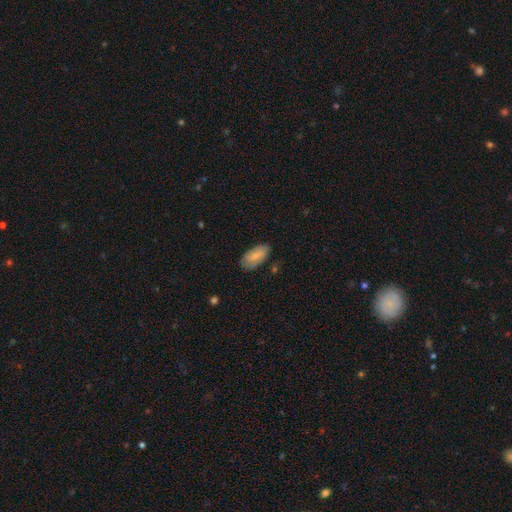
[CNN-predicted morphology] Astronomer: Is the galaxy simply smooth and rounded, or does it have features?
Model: smooth — 78%.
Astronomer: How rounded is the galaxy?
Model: in between — 92%.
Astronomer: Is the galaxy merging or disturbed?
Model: none — 76%.